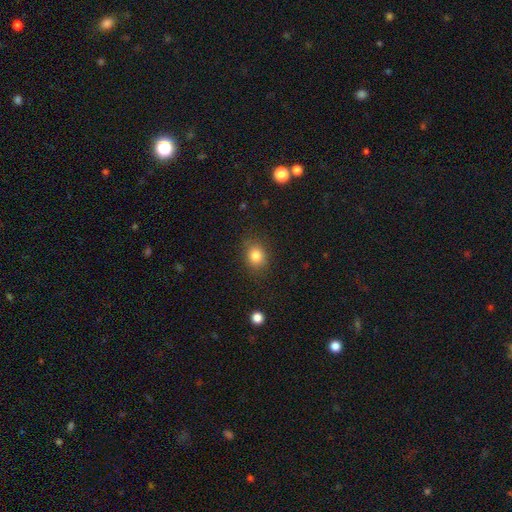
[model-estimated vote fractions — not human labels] smooth_or_featured: smooth (p=0.82) [alt: star or artifact p=0.11]
how_rounded: in between (p=0.50) [alt: round p=0.49]
merging: none (p=0.82) [alt: minor disturbance p=0.13]